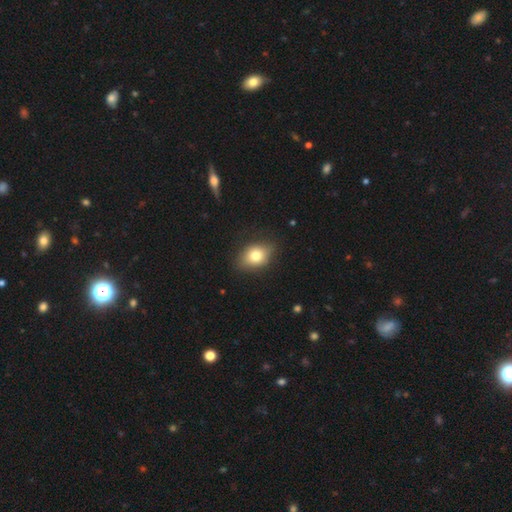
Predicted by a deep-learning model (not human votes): This is likely a smooth galaxy (76%). How rounded: likely in between (70%). Merging: likely none (77%).